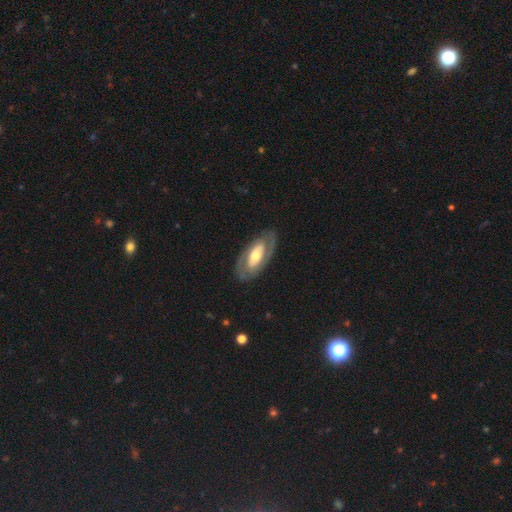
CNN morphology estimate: The model was most divided on "spiral arms": yes: 54%, no: 46%. More confident: edge-on disk — no (90%); merging — none (82%); smooth or featured — featured or disk (70%); bulge size — moderate (66%); bar — no (57%).